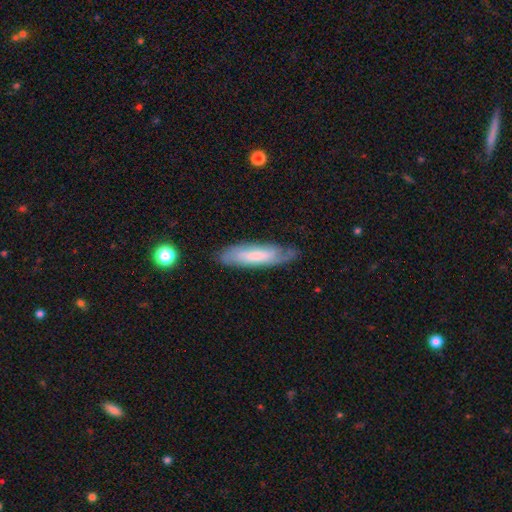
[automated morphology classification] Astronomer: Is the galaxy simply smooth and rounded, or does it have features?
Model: smooth — 49% (runner-up: featured or disk, 44%).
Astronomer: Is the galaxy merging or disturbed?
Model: none — 71%.